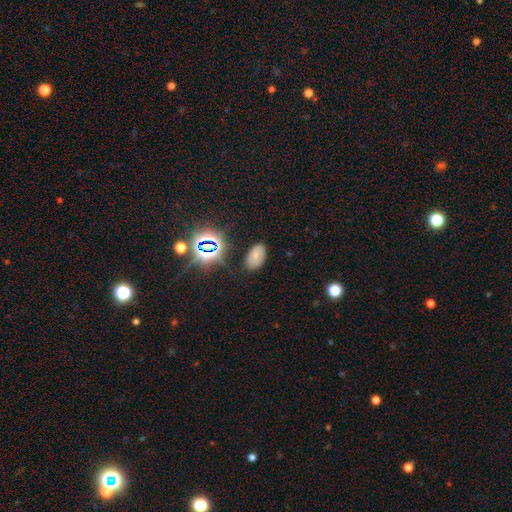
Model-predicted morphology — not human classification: Q: Smooth or featured?
A: smooth (64%); runner-up: star or artifact (23%)
Q: How rounded?
A: in between (92%); runner-up: round (6%)
Q: Merging?
A: none (78%); runner-up: minor disturbance (16%)